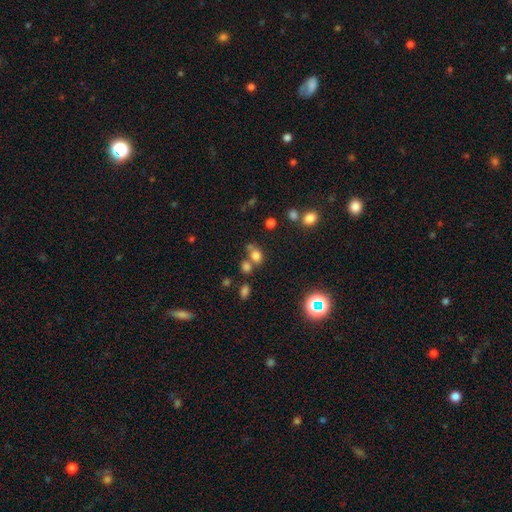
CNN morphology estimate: A smooth galaxy with no disk features (73%) that is in between round and cigar-shaped (60%).

Vote fractions:
- Smooth or featured? smooth: 73% / star or artifact: 17% / featured or disk: 10%
- How rounded? in between: 60% / round: 39% / cigar-shaped: 2%
- Merging? none: 46% / merger: 34% / minor disturbance: 14% / major disturbance: 7%